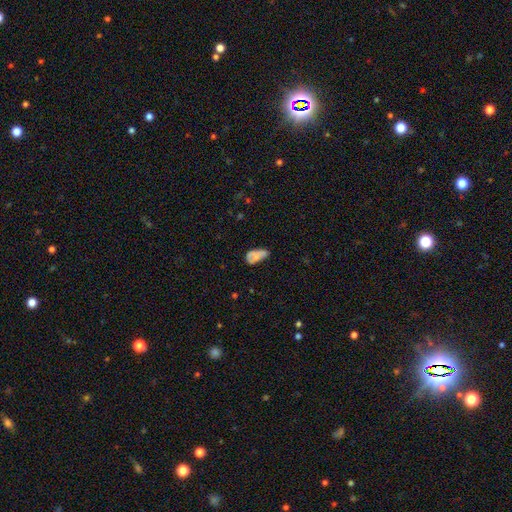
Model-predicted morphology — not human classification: smooth 65%, featured or disk 26%, star or artifact 9%. Down the decision tree: how rounded — in between (91%); merging — none (37%).